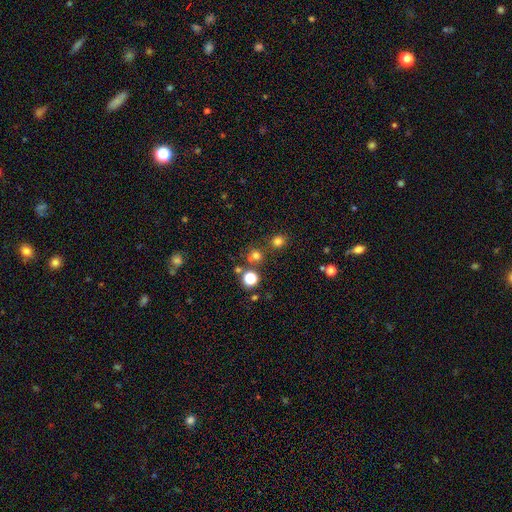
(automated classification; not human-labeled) The model was most divided on "smooth or featured": smooth: 67%, star or artifact: 26%, featured or disk: 7%. More confident: how rounded — round (89%); merging — none (74%).